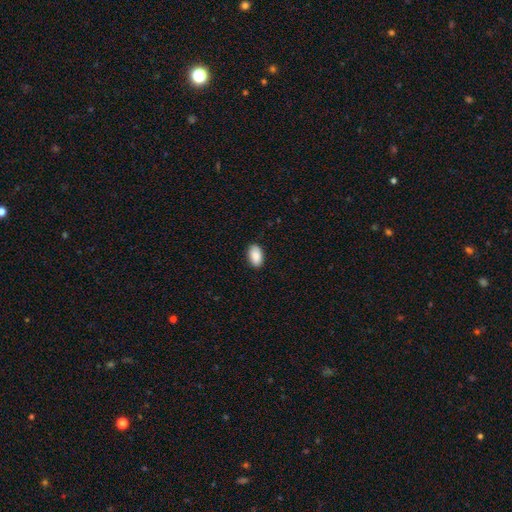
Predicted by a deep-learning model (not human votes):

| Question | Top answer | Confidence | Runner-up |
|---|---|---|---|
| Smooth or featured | smooth | 90% | star or artifact (6%) |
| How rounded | in between | 94% | round (4%) |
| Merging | none | 88% | minor disturbance (9%) |